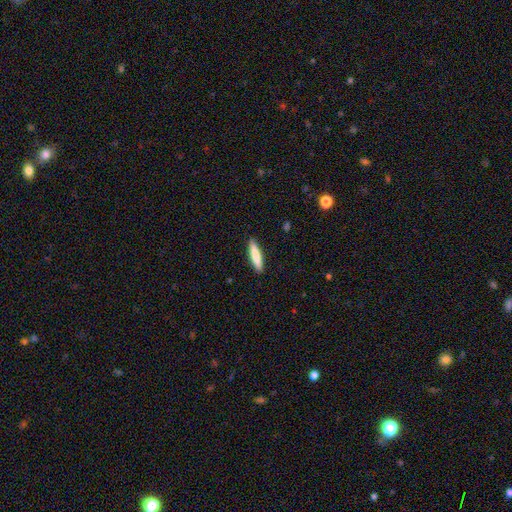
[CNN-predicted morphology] A smooth galaxy with no disk features (81%) that is cigar-shaped (85%). Merging: none (90%).